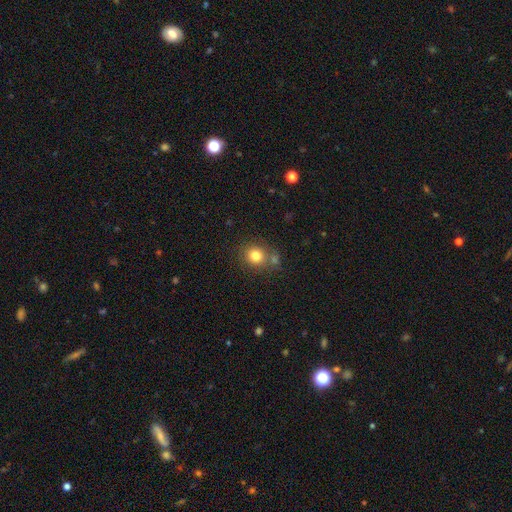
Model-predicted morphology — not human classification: A smooth galaxy with no disk features (80%) that is round (82%). Merging: none (71%).